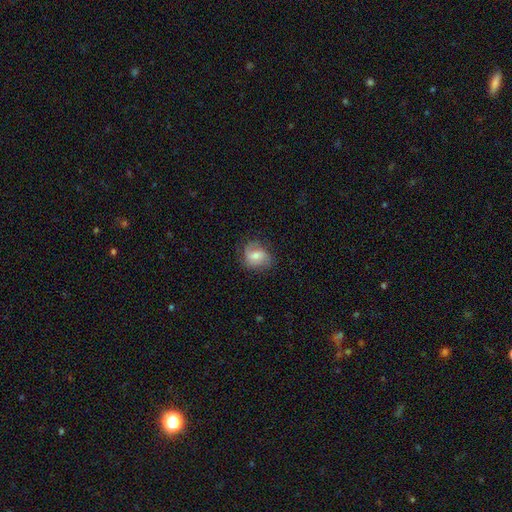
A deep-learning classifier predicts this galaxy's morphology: Q: Smooth or featured?
A: featured or disk (47%); runner-up: smooth (45%)
Q: Merging?
A: none (65%); runner-up: minor disturbance (23%)